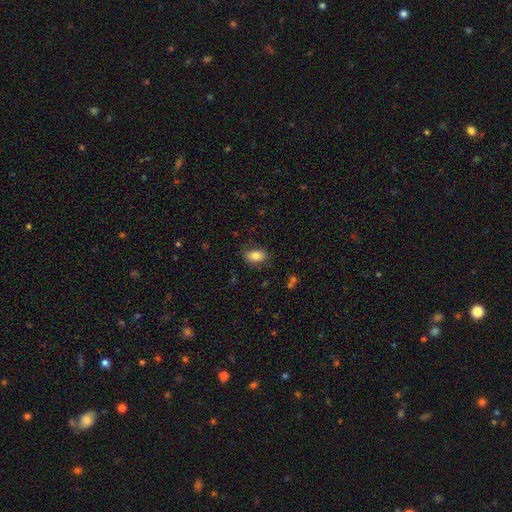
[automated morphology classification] This is clearly a smooth galaxy (81%). How rounded: clearly in between (88%). Merging: likely none (78%).